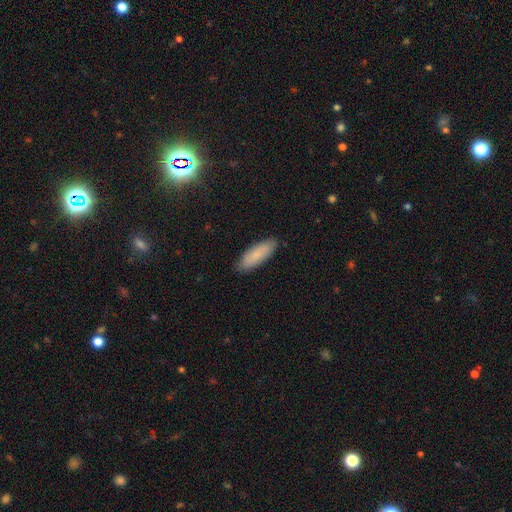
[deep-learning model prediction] The model was most divided on "how rounded": in between: 61%, cigar-shaped: 37%, round: 2%. More confident: merging — none (88%); smooth or featured — smooth (85%).